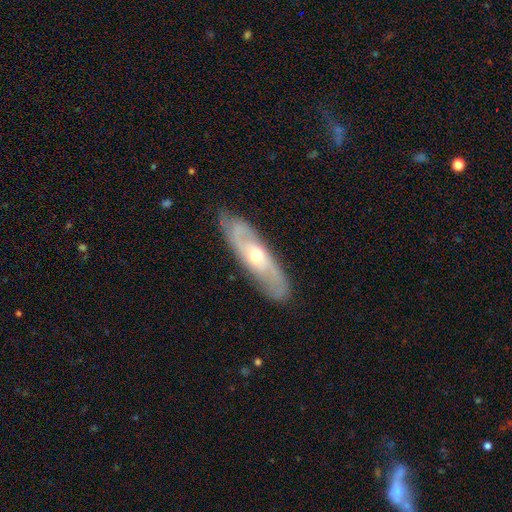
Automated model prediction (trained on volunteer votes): This is likely a featured or disk galaxy (69%). It is likely not viewed edge-on (72%). Merging: clearly none (82%).